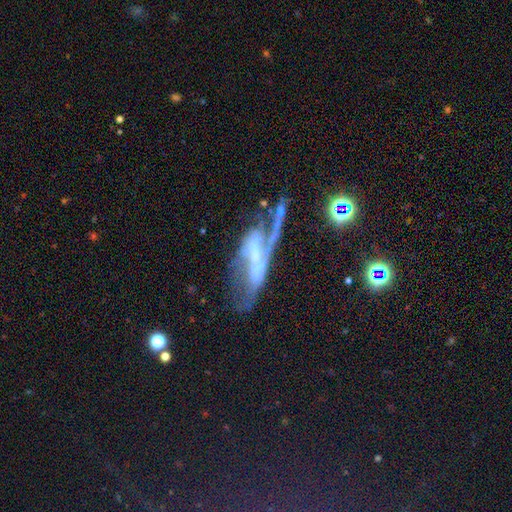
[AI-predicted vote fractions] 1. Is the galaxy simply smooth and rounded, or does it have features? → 77% featured or disk, 12% smooth, 11% star or artifact.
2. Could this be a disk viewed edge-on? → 86% no, 14% yes.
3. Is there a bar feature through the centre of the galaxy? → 46% strong, 29% weak, 25% no.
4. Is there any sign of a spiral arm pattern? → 76% yes, 24% no.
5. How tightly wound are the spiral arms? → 49% loose, 34% medium, 16% tight.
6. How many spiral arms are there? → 54% 2, 26% 1, 14% can't tell, 3% 3, 1% 4, 1% more than 4.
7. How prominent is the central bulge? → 36% none (tied), 36% small (tied), 21% moderate, 5% large, 2% dominant.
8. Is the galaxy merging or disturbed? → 36% major disturbance, 31% none, 17% minor disturbance, 16% merger.